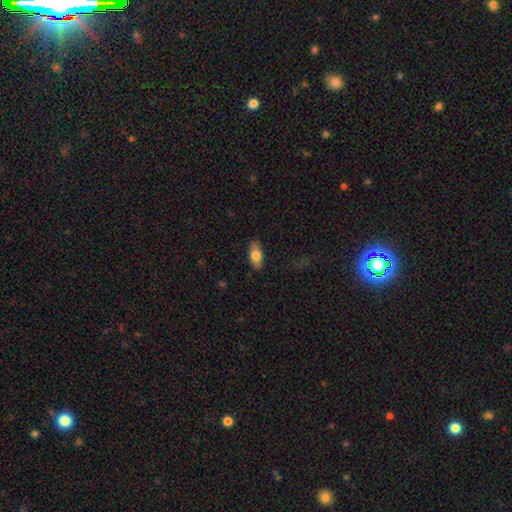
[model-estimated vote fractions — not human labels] This is likely a smooth galaxy (76%). How rounded: clearly in between (88%). Merging: clearly none (86%).